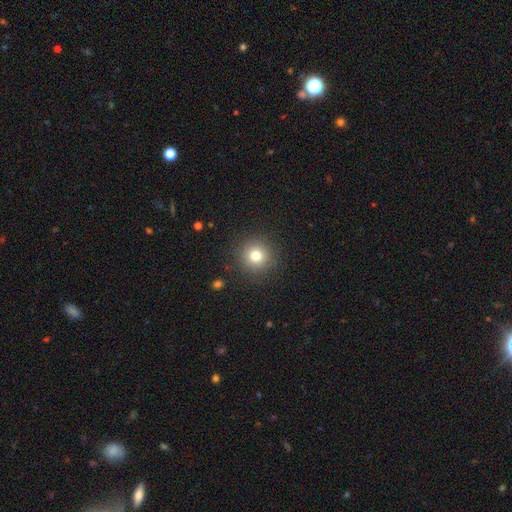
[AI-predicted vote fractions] This appears to be a smooth galaxy with no disk features (78%) that is round (95%). Merging: none (90%).